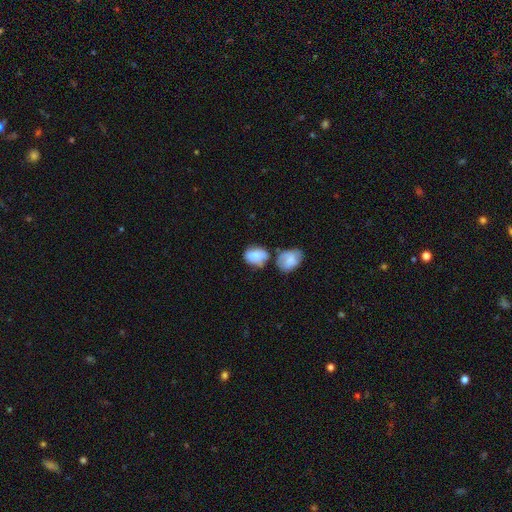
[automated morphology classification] This is likely a smooth galaxy (80%). How rounded: likely in between (72%). Merging: marginally none (40%).